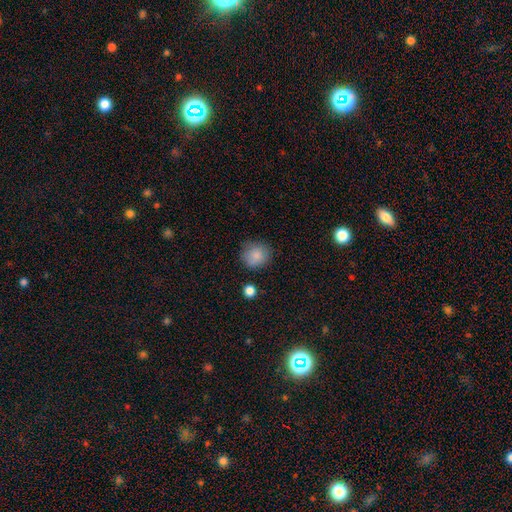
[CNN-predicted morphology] Smooth or featured? Predicted: smooth (p=0.86). How rounded? Predicted: round (p=0.87). Merging? Predicted: none (p=0.80).